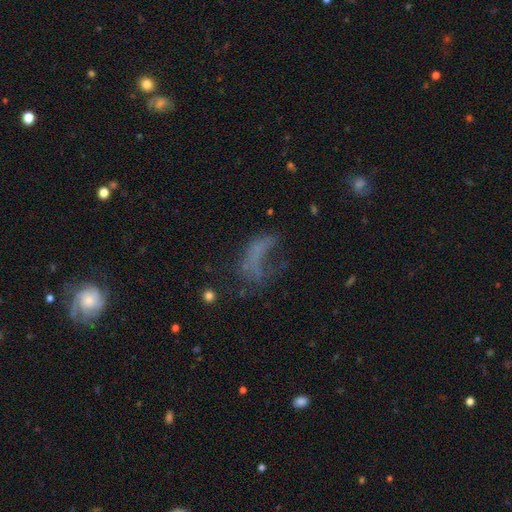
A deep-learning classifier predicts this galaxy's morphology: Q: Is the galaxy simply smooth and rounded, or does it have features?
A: smooth — 38%, tied with featured or disk.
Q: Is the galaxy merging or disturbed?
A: major disturbance — 48%.